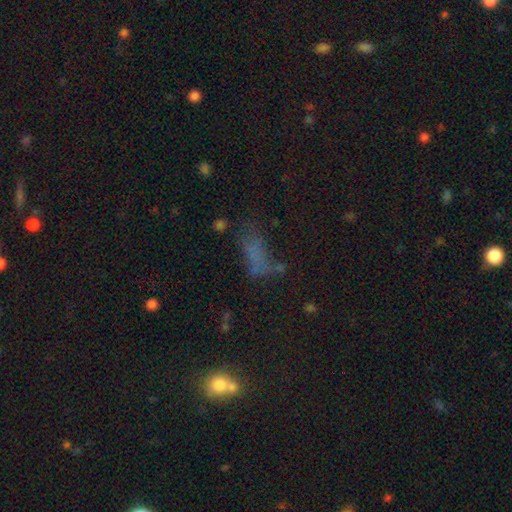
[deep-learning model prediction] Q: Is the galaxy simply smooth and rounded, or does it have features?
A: smooth — 52%.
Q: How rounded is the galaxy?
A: in between — 68%.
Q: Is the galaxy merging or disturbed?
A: none — 37%.